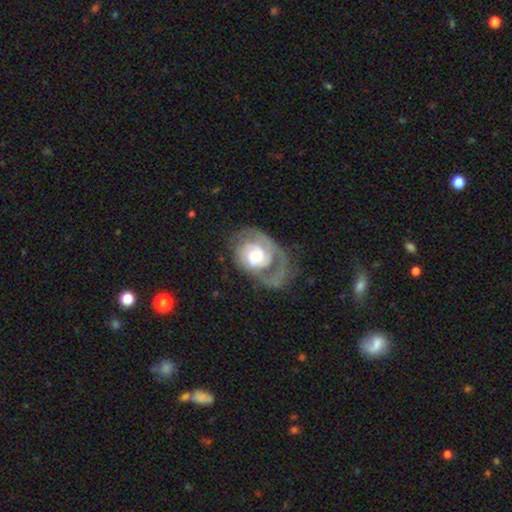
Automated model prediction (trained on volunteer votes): Smooth or featured: featured or disk — 77% (smooth — 17%)
Edge-on disk: no — 97% (yes — 3%)
Bar: no — 73% (weak — 22%)
Spiral arms: yes — 87% (no — 13%)
Spiral winding: tight — 51% (medium — 34%)
Spiral arm count: 1 — 38% (2 — 35%)
Bulge size: moderate — 44% (large — 32%)
Merging: none — 41% (major disturbance — 34%)